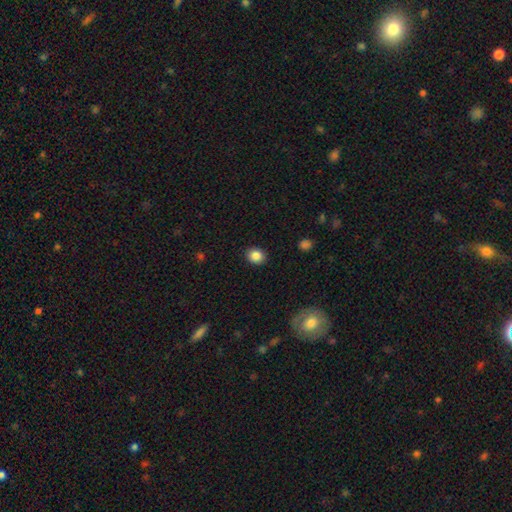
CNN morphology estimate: Smooth or featured? smooth (86%)
How rounded? round (63%)
Merging? none (90%)